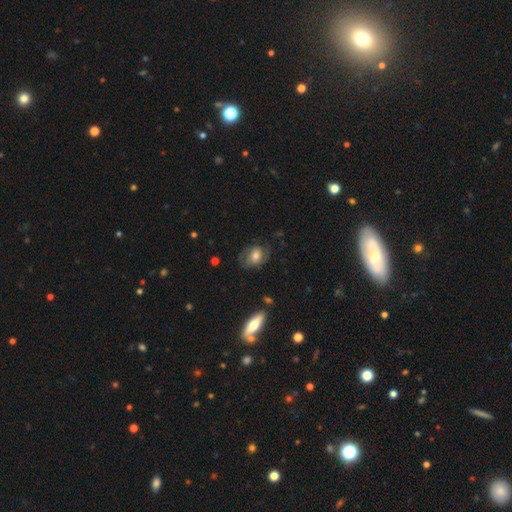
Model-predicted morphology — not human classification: A smooth galaxy with no disk features (49%).

Vote fractions:
- Smooth or featured? smooth: 49% / featured or disk: 43% / star or artifact: 8%
- Merging? none: 64% / minor disturbance: 22% / major disturbance: 12% / merger: 2%